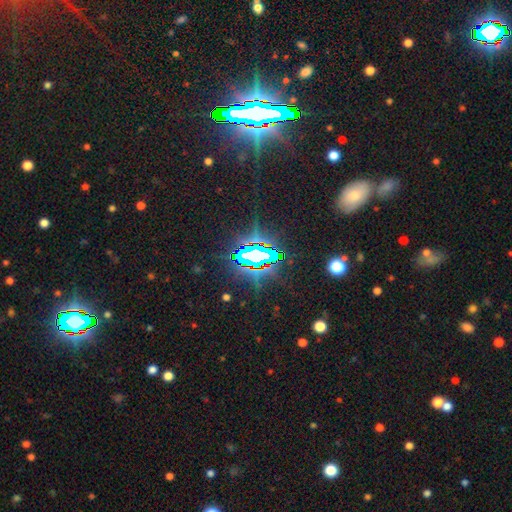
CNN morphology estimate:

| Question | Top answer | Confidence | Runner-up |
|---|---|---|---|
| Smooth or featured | star or artifact | 75% | smooth (13%) |